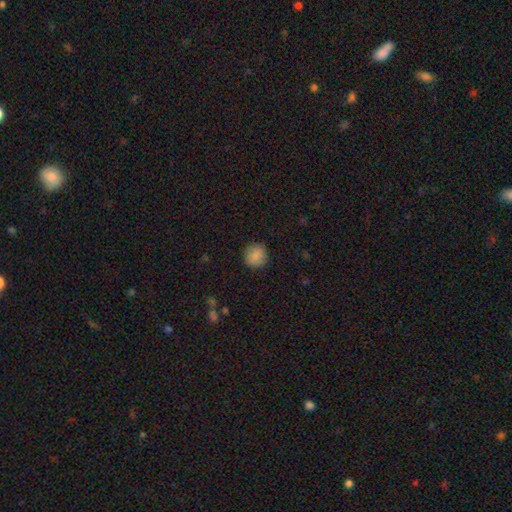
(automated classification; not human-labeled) This appears to be a smooth galaxy with no disk features (87%) that is round (91%). Merging: none (88%).